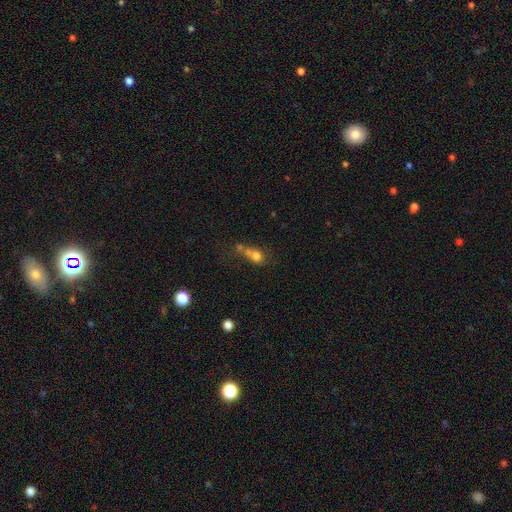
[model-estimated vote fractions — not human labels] The model was most divided on "how rounded": round: 54%, in between: 41%, cigar-shaped: 4%. More confident: smooth or featured — smooth (69%); merging — merger (52%).